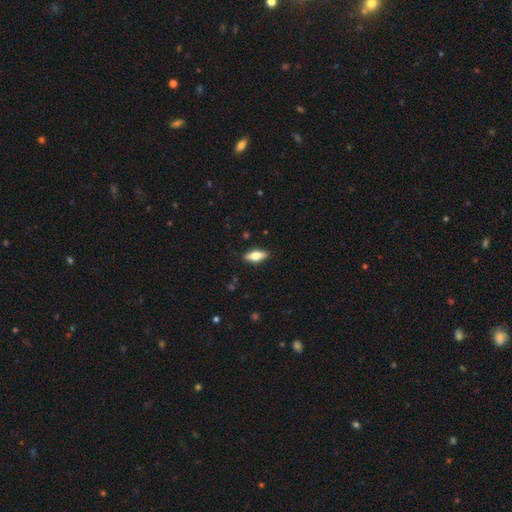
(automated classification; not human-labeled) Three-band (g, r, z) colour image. It shows a smooth galaxy with no disk features (57%) that is in between round and cigar-shaped (73%). Merging: none (88%).